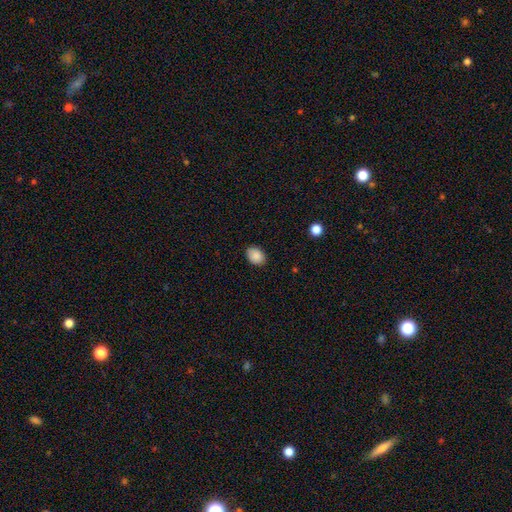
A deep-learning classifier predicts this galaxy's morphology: Q: Smooth or featured?
A: smooth (88%); runner-up: star or artifact (8%)
Q: How rounded?
A: in between (67%); runner-up: round (33%)
Q: Merging?
A: none (87%); runner-up: minor disturbance (10%)